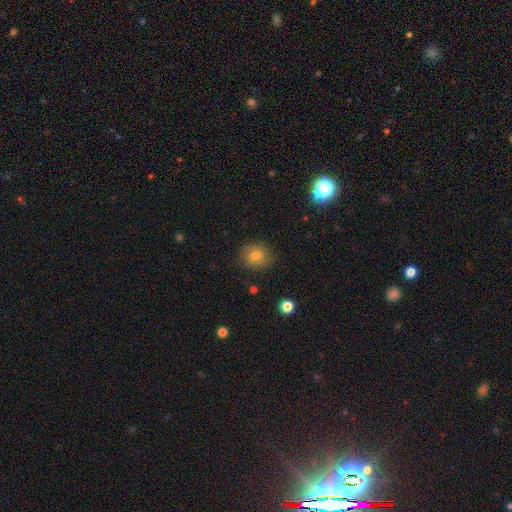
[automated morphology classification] Smooth or featured? smooth (77%)
How rounded? round (68%)
Merging? none (82%)